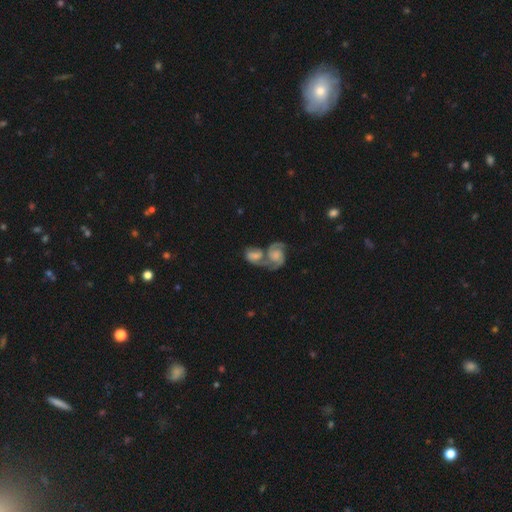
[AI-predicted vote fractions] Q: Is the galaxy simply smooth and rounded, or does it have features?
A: featured or disk — 71%.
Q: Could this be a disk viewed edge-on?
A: no — 96%.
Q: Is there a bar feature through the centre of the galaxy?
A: no — 59%.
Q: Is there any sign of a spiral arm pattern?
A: yes — 90%.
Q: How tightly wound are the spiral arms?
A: medium — 50%.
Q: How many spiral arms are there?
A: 2 — 77%.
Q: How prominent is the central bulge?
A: moderate — 38%.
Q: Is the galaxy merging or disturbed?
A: merger — 66%.